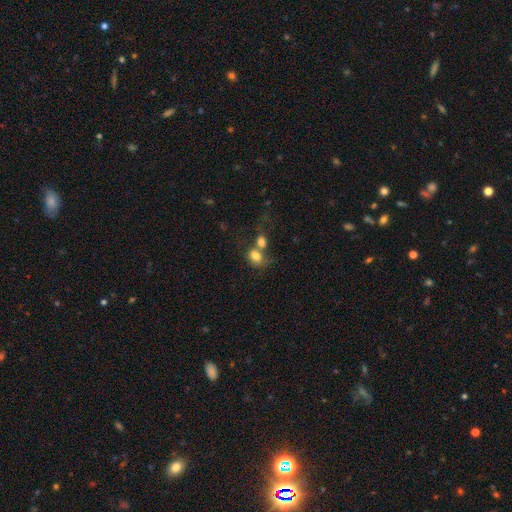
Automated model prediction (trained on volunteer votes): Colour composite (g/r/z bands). It shows a smooth galaxy with no disk features (77%) that is in between round and cigar-shaped (62%). Merging: merger (59%).